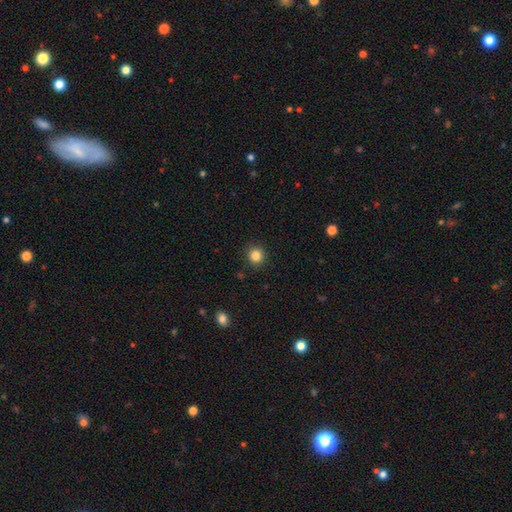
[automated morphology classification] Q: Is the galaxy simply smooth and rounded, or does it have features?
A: smooth — 85%.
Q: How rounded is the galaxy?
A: round — 92%.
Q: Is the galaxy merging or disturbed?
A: none — 91%.